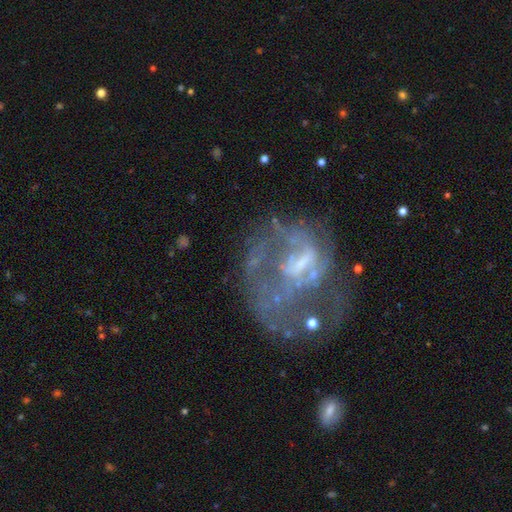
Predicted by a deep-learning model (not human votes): Overall: featured or disk (68%). Edge-on disk: no (97%). Bar: no (59%; weak 31%). Spiral arms: no (63%; yes 37%). Bulge size: none (43%; small 33%). Merging: major disturbance (45%; none 30%).